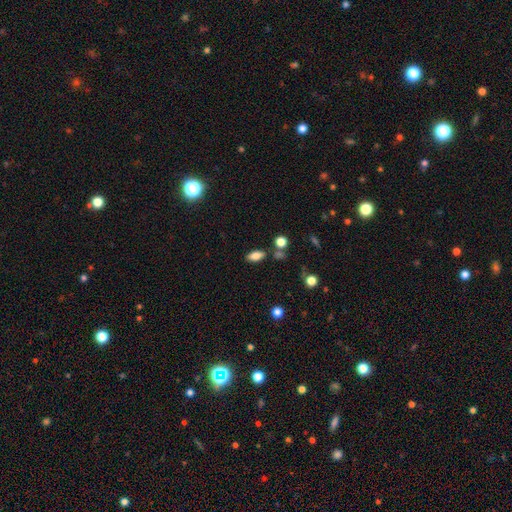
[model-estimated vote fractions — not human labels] Overall: smooth (79%). How rounded: in between (85%). Merging: none (77%).